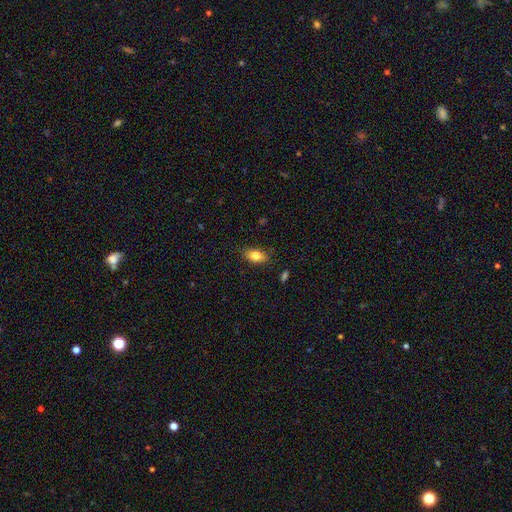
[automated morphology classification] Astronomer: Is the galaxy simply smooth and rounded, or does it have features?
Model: smooth — 79%.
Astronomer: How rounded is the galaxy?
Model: in between — 86%.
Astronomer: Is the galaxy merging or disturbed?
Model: none — 83%.